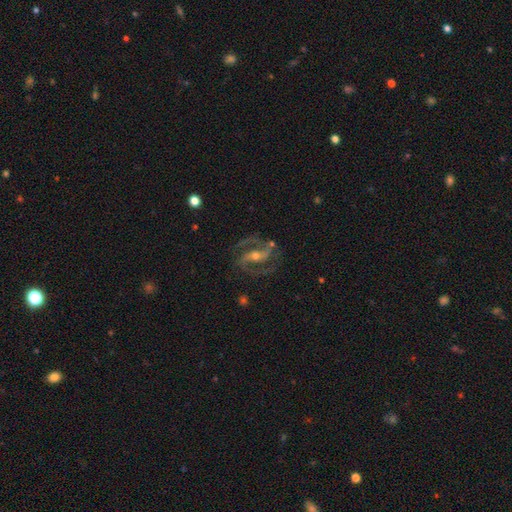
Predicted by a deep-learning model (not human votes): smooth_or_featured: featured or disk (p=0.91) [alt: star or artifact p=0.05]
disk_edge_on: no (p=0.96) [alt: yes p=0.04]
bar: strong (p=0.56) [alt: weak p=0.29]
has_spiral_arms: yes (p=0.97) [alt: no p=0.03]
spiral_winding: medium (p=0.62) [alt: tight p=0.22]
spiral_arm_count: 2 (p=0.90) [alt: 3 p=0.04]
bulge_size: moderate (p=0.50) [alt: small p=0.45]
merging: none (p=0.78) [alt: minor disturbance p=0.13]